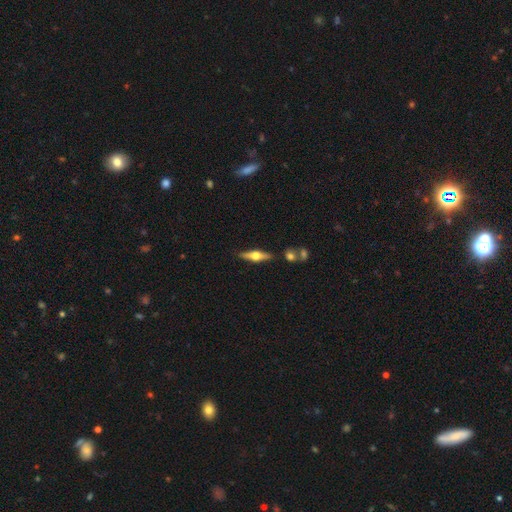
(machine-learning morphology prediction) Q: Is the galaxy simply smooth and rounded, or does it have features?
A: featured or disk — 70%.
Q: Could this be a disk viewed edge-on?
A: yes — 96%.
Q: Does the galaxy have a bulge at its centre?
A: rounded — 95%.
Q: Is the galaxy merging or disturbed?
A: none — 86%.